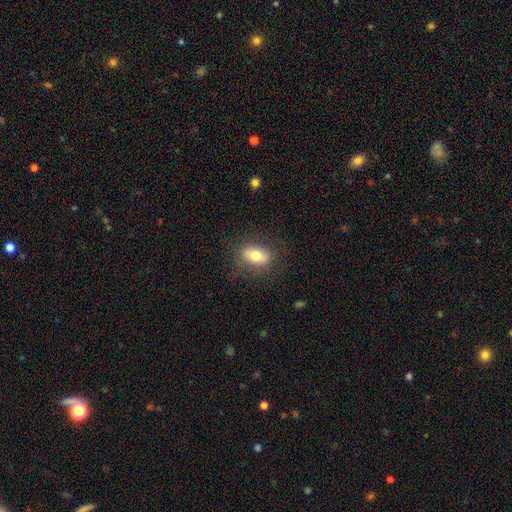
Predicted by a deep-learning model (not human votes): Smooth or featured: smooth — 70% (featured or disk — 22%)
How rounded: in between — 82% (round — 12%)
Merging: none — 81% (minor disturbance — 13%)